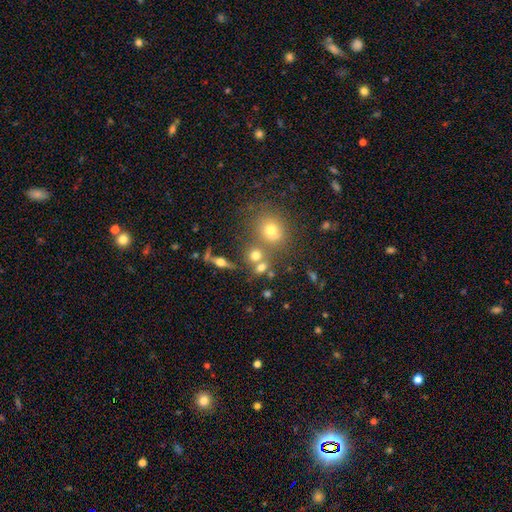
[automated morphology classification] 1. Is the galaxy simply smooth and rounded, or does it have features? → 65% smooth, 18% featured or disk, 17% star or artifact.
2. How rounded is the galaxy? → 72% round, 25% in between, 3% cigar-shaped.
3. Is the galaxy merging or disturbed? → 58% none, 28% merger, 10% minor disturbance, 5% major disturbance.